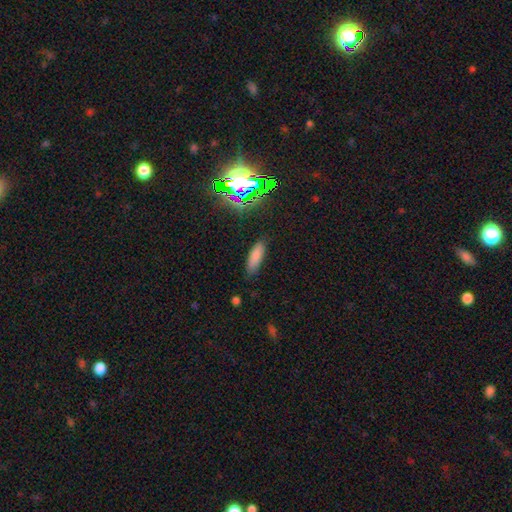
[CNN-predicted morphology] A smooth galaxy with no disk features (78%) that is in between round and cigar-shaped (53%). Merging: none (85%).